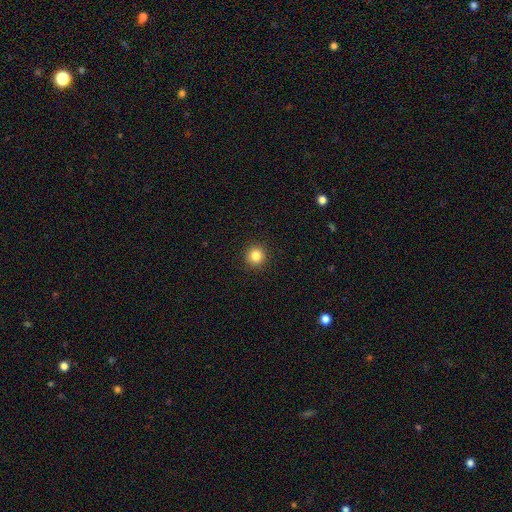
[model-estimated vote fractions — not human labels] smooth 85%, star or artifact 11%, featured or disk 4%. Down the decision tree: how rounded — round (95%); merging — none (93%).